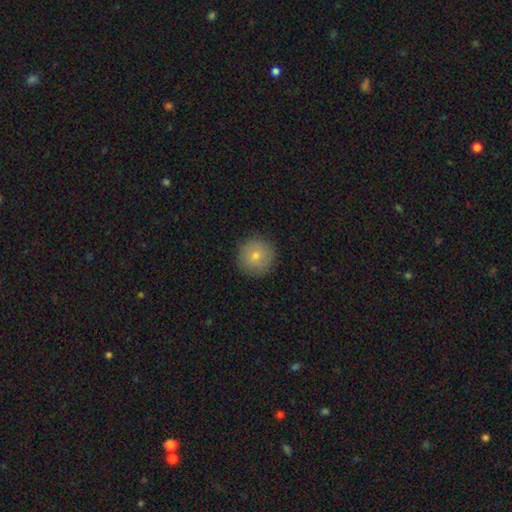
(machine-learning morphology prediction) This is likely a smooth galaxy (79%). How rounded: clearly round (95%). Merging: clearly none (90%).